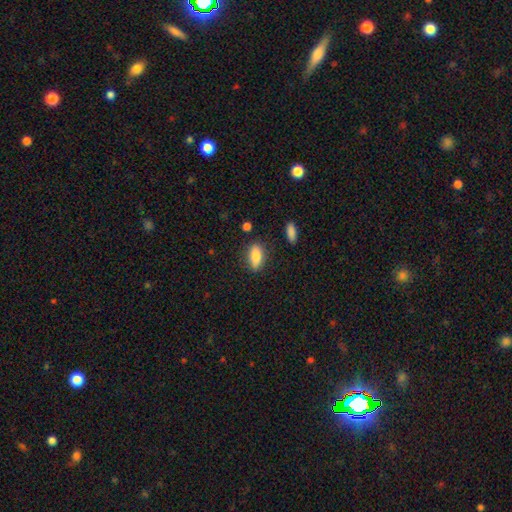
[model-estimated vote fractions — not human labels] This is clearly a smooth galaxy (82%). How rounded: likely in between (77%). Merging: clearly none (81%).